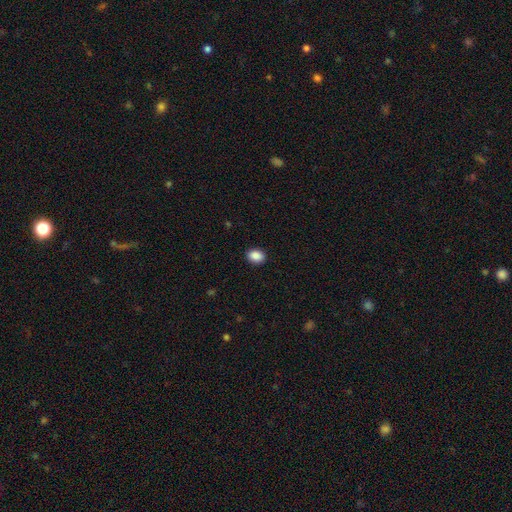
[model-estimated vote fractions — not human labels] Smooth or featured? Predicted: smooth (p=0.89). How rounded? Predicted: in between (p=0.70). Merging? Predicted: none (p=0.90).